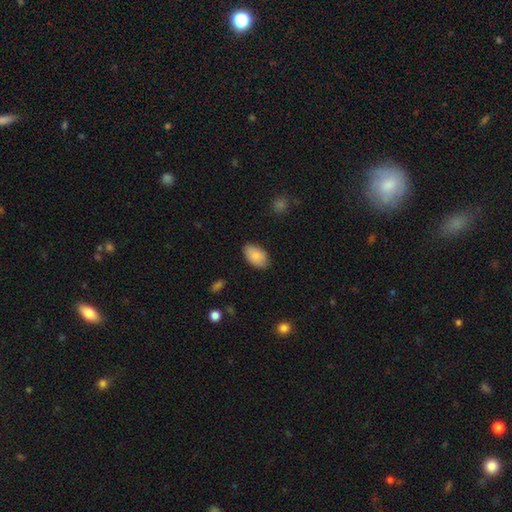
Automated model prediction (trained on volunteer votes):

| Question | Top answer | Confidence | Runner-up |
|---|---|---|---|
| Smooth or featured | smooth | 83% | featured or disk (10%) |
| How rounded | in between | 93% | round (6%) |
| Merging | none | 82% | minor disturbance (14%) |